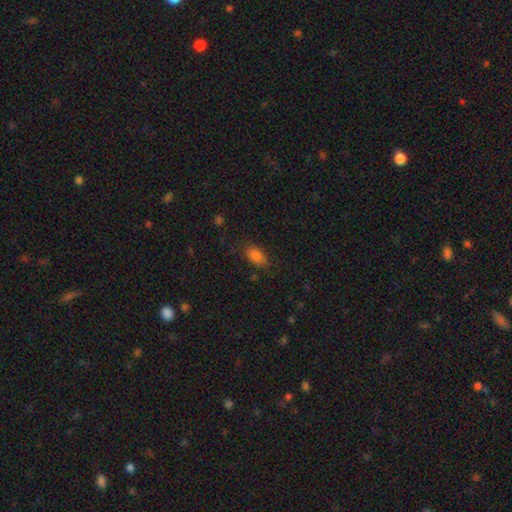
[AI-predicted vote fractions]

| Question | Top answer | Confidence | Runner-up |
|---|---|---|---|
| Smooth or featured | smooth | 83% | star or artifact (11%) |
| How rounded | in between | 88% | round (7%) |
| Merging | none | 78% | minor disturbance (16%) |